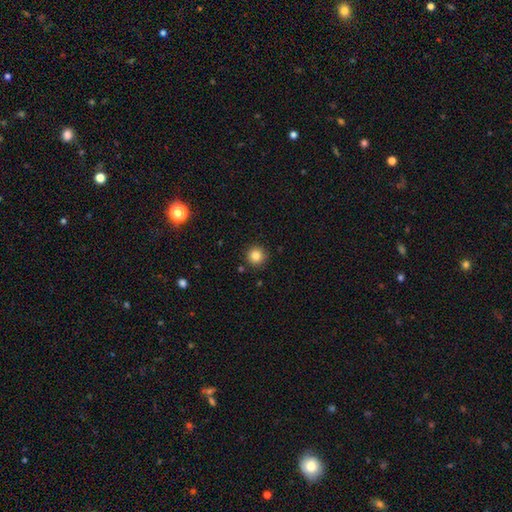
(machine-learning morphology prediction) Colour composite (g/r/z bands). It shows a smooth galaxy with no disk features (83%) that is round (95%). Merging: none (90%).